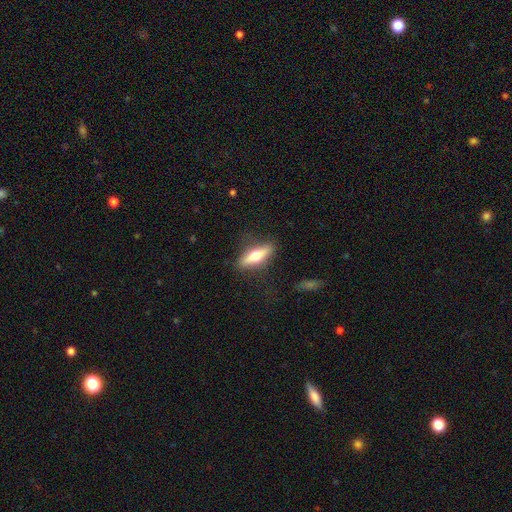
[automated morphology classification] Smooth or featured: smooth — 51% (featured or disk — 43%)
How rounded: cigar-shaped — 60% (in between — 38%)
Merging: none — 82% (minor disturbance — 12%)